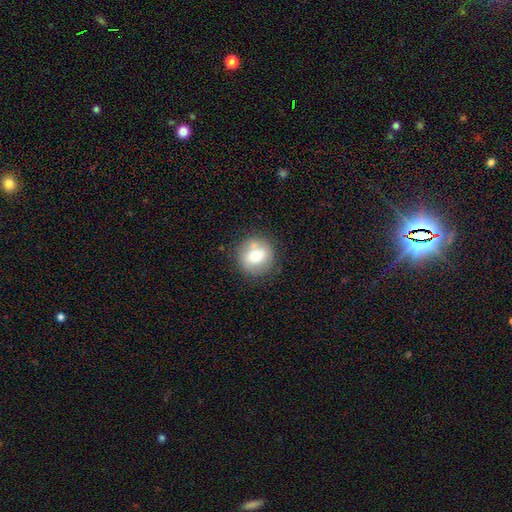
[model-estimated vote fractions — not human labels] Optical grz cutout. It shows a smooth galaxy with no disk features (66%) that is round (93%). Merging: none (78%).